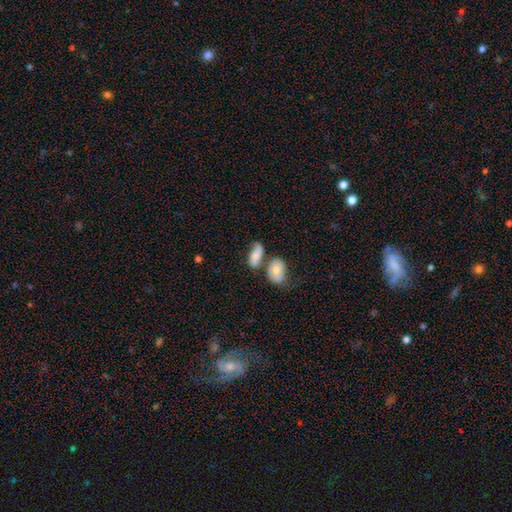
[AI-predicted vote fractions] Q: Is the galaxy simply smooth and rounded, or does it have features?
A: smooth — 67%.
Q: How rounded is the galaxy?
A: in between — 87%.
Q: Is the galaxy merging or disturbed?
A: merger — 36%.